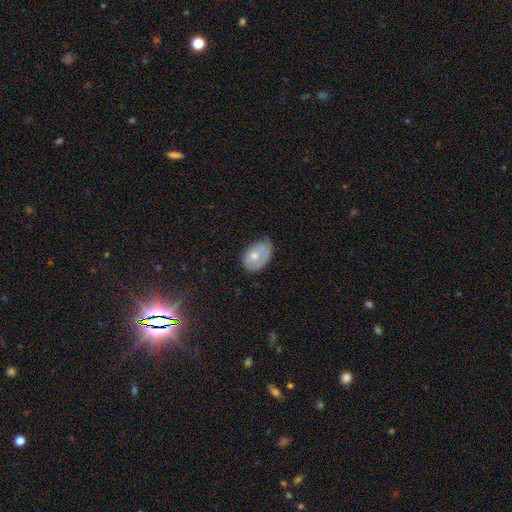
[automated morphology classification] Smooth or featured?
  - smooth: 65% *
  - featured or disk: 29%
  - star or artifact: 7%
How rounded?
  - in between: 86% *
  - round: 12%
  - cigar-shaped: 1%
Merging?
  - none: 46% *
  - minor disturbance: 41%
  - major disturbance: 11%
  - merger: 2%